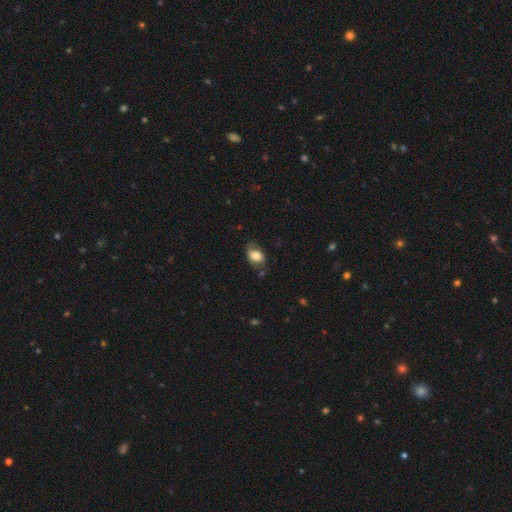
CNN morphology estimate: smooth-or-featured: smooth: 72% | featured or disk: 20% | star or artifact: 8%
  how-rounded: in between: 81% | round: 18% | cigar-shaped: 2%
  merging: none: 62% | minor disturbance: 28% | major disturbance: 9% | merger: 2%